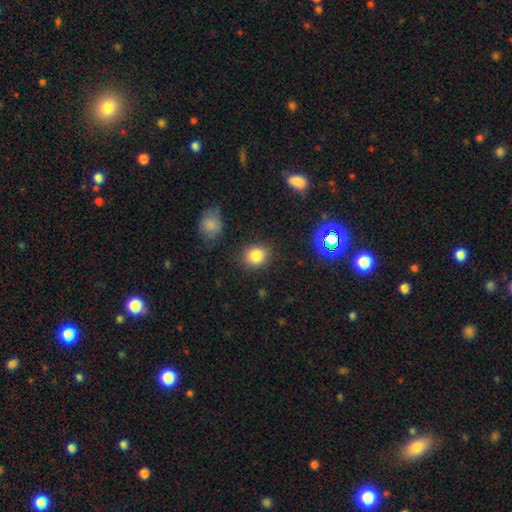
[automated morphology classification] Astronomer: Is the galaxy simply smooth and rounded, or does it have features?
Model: smooth — 83%.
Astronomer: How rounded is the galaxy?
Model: round — 72%.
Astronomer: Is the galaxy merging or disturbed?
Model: none — 84%.